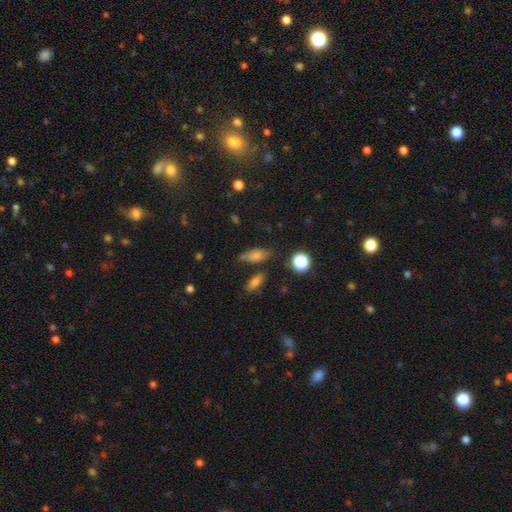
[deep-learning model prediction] smooth 72%, featured or disk 14%, star or artifact 13%. Down the decision tree: how rounded — in between (77%); merging — none (63%).